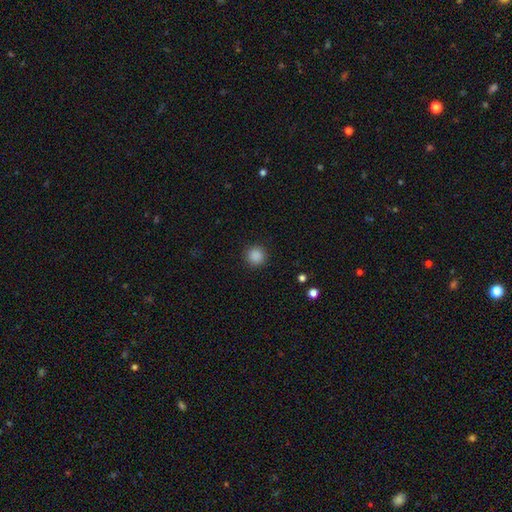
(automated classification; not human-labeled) The model was most divided on "smooth or featured": smooth: 87%, star or artifact: 10%, featured or disk: 2%. More confident: how rounded — round (95%); merging — none (91%).